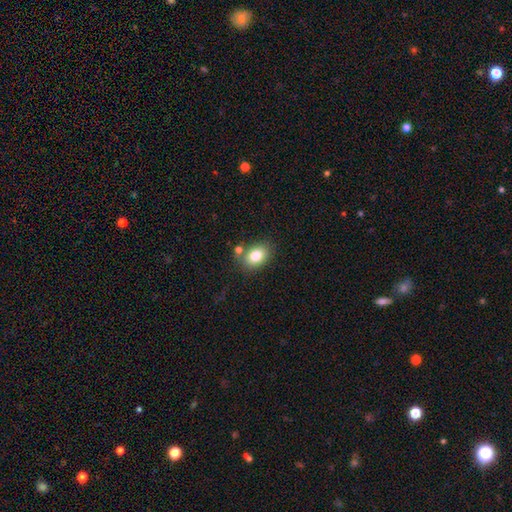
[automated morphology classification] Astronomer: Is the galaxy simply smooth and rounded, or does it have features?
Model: smooth — 81%.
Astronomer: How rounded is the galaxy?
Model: in between — 77%.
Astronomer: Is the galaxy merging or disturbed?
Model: none — 73%.